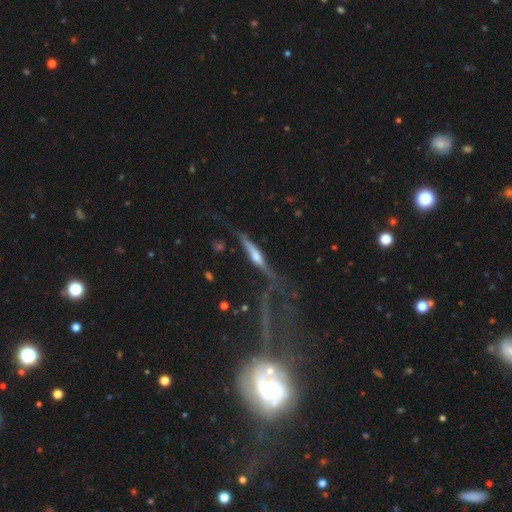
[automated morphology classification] This appears to be a featured or disk galaxy (77%) viewed edge-on (92%) with a rounded central bulge (84%). Merging: none (59%).